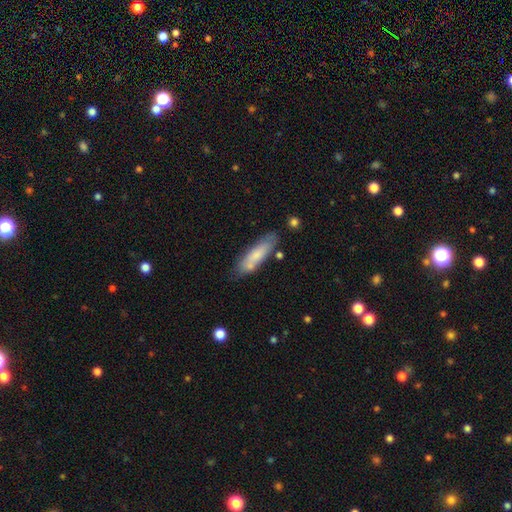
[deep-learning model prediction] Morphology: type=smooth (70%); roundness=cigar-shaped (68%); merging=none (70%).